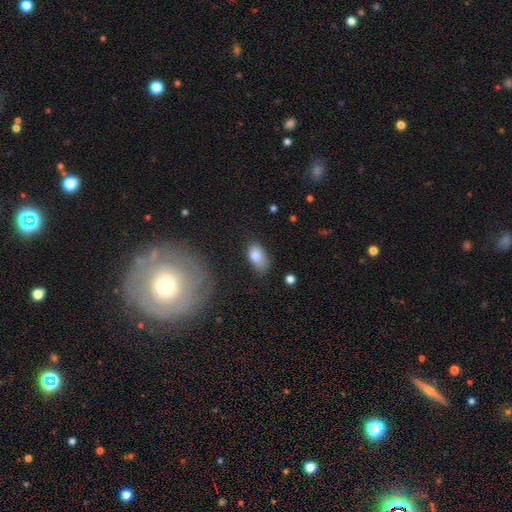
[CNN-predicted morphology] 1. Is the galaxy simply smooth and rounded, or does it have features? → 82% smooth, 10% featured or disk, 8% star or artifact.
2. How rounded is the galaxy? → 92% in between, 6% round, 2% cigar-shaped.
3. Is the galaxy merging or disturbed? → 63% none, 27% minor disturbance, 7% major disturbance, 3% merger.